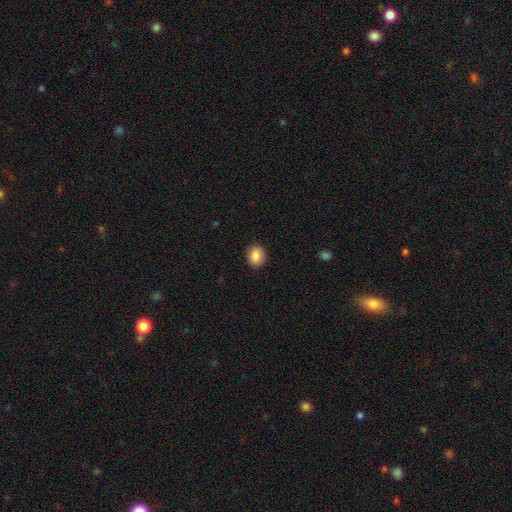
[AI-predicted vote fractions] Morphology: type=smooth (87%); roundness=round (61%); merging=none (89%).